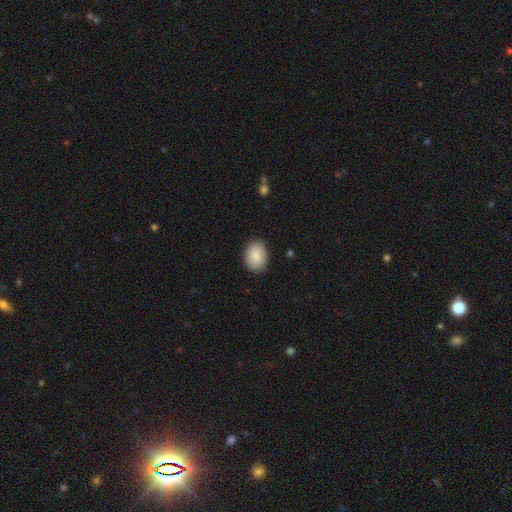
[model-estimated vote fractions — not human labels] A smooth galaxy with no disk features (87%) that is in between round and cigar-shaped (77%). Merging: none (88%).